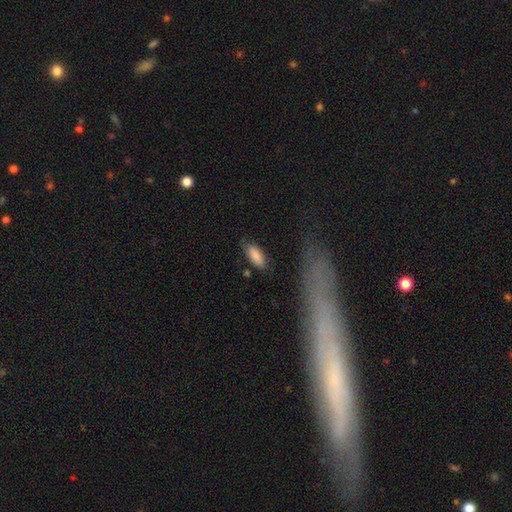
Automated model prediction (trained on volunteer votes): smooth-or-featured: smooth: 85% | featured or disk: 9% | star or artifact: 6%
  how-rounded: in between: 82% | cigar-shaped: 16% | round: 2%
  merging: none: 74% | minor disturbance: 18% | major disturbance: 5% | merger: 4%